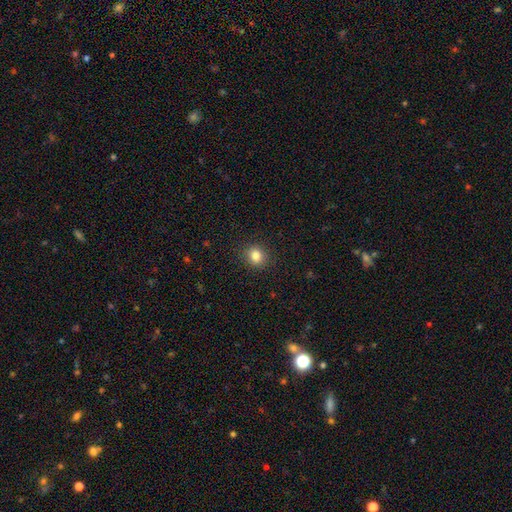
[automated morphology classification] Overall: smooth (84%). How rounded: round (82%). Merging: none (90%).